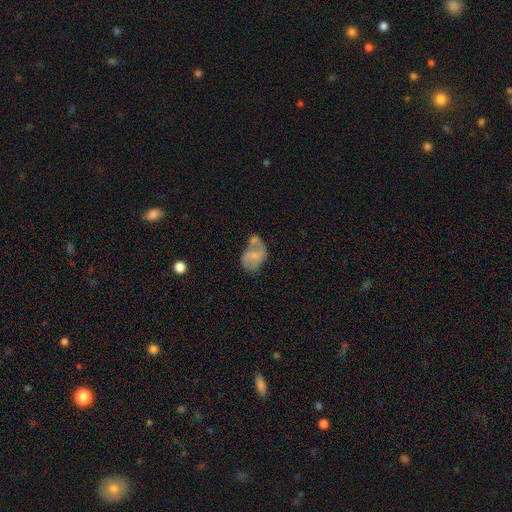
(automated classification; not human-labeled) smooth-or-featured: featured or disk: 63% | smooth: 28% | star or artifact: 9%
  disk-edge-on: no: 98% | yes: 2%
    bar: no: 49% | weak: 38% | strong: 12%
    has-spiral-arms: yes: 78% | no: 22%
    bulge-size: none: 53% | small: 30% | moderate: 13% | large: 3% | dominant: 1%
  merging: none: 35% | merger: 25% | minor disturbance: 22% | major disturbance: 18%